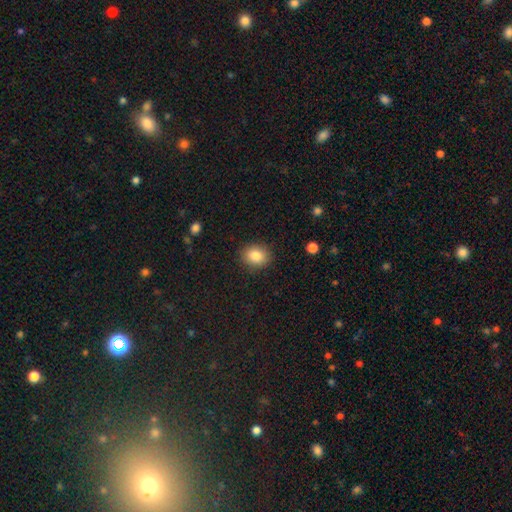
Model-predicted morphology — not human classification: Smooth or featured?
  - smooth: 84% *
  - star or artifact: 9%
  - featured or disk: 7%
How rounded?
  - round: 55% *
  - in between: 44%
  - cigar-shaped: 1%
Merging?
  - none: 88% *
  - minor disturbance: 8%
  - major disturbance: 2%
  - merger: 1%